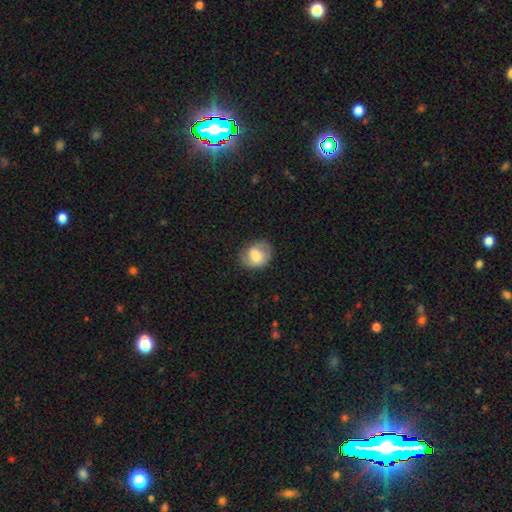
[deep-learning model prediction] This is possibly a smooth galaxy (57%). How rounded: possibly round (56%). Merging: likely none (72%).